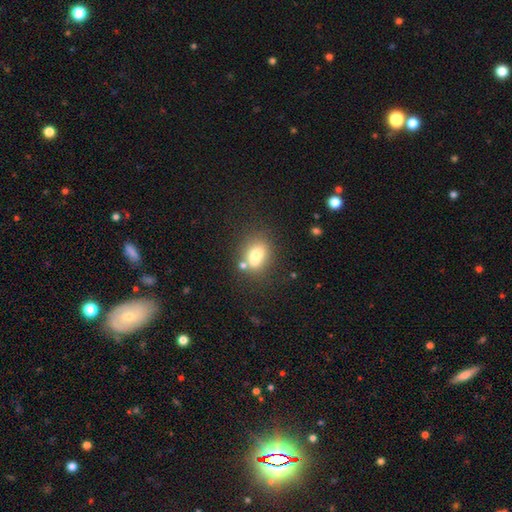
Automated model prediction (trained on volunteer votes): A smooth galaxy with no disk features (72%) that is in between round and cigar-shaped (64%).

Vote fractions:
- Smooth or featured? smooth: 72% / featured or disk: 17% / star or artifact: 11%
- How rounded? in between: 64% / round: 33% / cigar-shaped: 2%
- Merging? none: 56% / merger: 23% / minor disturbance: 15% / major disturbance: 6%